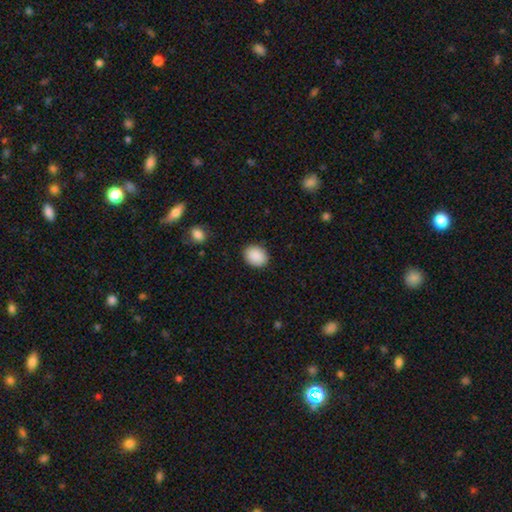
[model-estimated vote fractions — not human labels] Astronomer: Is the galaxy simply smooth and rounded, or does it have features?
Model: smooth — 90%.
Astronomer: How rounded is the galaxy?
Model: in between — 59% (runner-up: round, 40%).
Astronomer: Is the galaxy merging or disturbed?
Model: none — 89%.